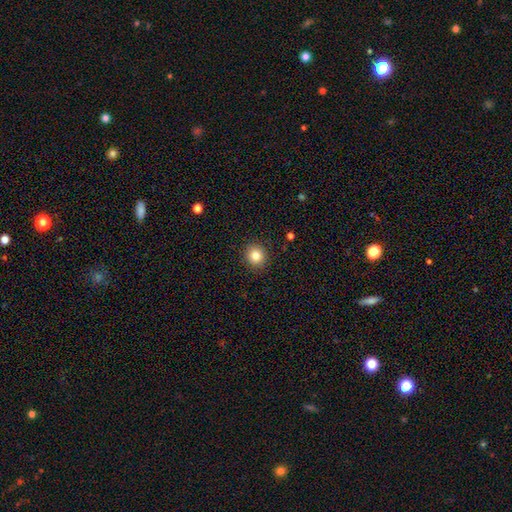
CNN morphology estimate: smooth-or-featured: smooth: 83% | star or artifact: 10% | featured or disk: 6%
  how-rounded: round: 88% | in between: 11% | cigar-shaped: 1%
  merging: none: 91% | minor disturbance: 6% | major disturbance: 2% | merger: 1%